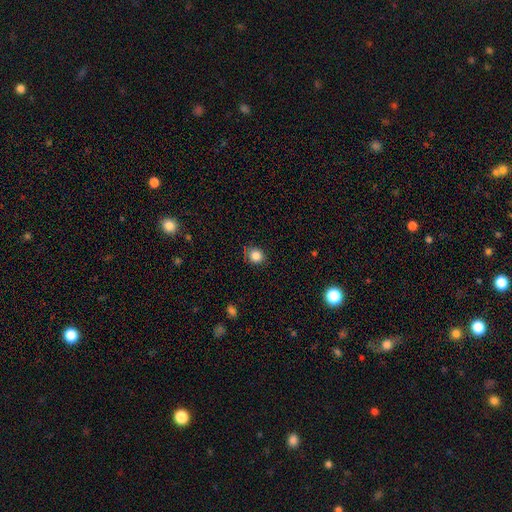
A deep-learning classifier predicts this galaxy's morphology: This is clearly a smooth galaxy (84%). How rounded: clearly round (81%). Merging: clearly none (83%).